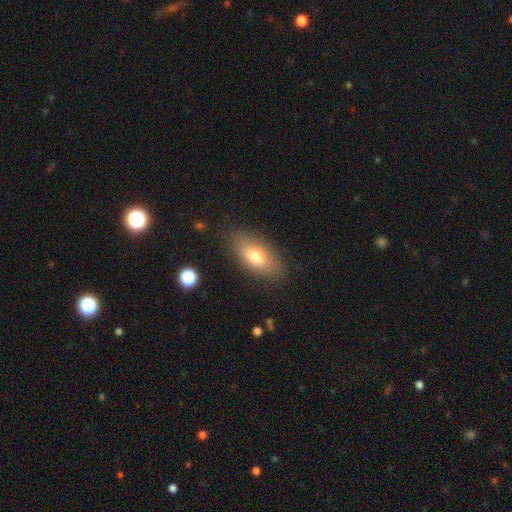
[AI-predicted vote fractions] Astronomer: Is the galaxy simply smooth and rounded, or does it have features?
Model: smooth — 73%.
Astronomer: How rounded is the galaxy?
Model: in between — 85%.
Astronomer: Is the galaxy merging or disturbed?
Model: none — 84%.